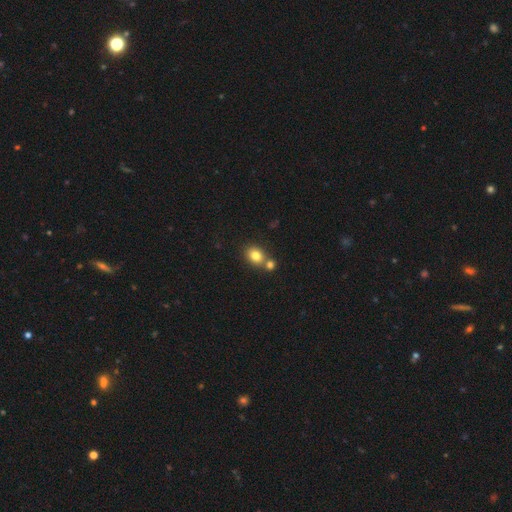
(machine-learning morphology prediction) This appears to be a smooth galaxy with no disk features (81%) that is round (56%). Merging: none (55%).